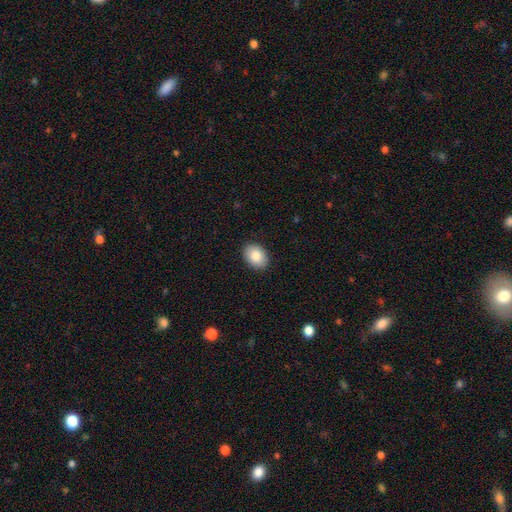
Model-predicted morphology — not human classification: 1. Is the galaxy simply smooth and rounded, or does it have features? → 85% smooth, 7% featured or disk, 7% star or artifact.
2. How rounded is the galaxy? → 73% in between, 27% round, 1% cigar-shaped.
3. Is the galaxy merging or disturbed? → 90% none, 7% minor disturbance, 2% major disturbance, 1% merger.